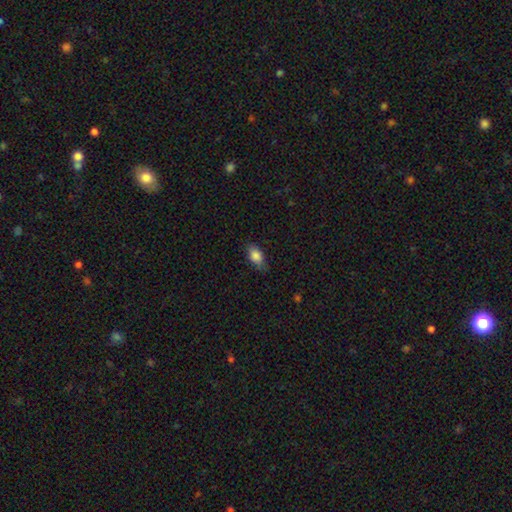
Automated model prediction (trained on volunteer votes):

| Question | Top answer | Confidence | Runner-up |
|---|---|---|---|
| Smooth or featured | smooth | 83% | featured or disk (9%) |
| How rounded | in between | 87% | cigar-shaped (7%) |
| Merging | none | 75% | minor disturbance (19%) |